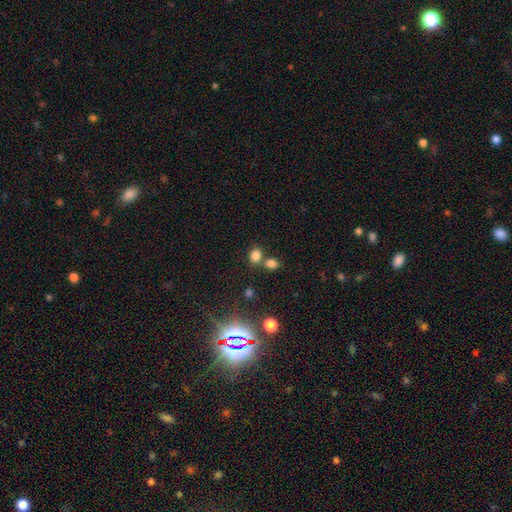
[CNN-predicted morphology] type=smooth (78%); roundness=in between (50%); merging=none (57%).